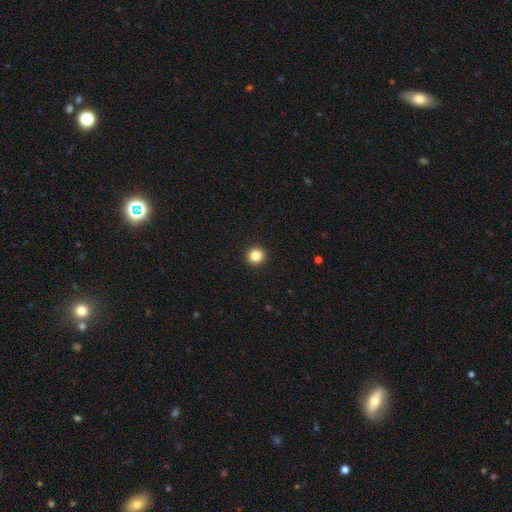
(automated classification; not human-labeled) Smooth or featured?
  - smooth: 84% *
  - star or artifact: 11%
  - featured or disk: 5%
How rounded?
  - round: 95% *
  - in between: 4%
  - cigar-shaped: 1%
Merging?
  - none: 94% *
  - minor disturbance: 4%
  - major disturbance: 1%
  - merger: 1%